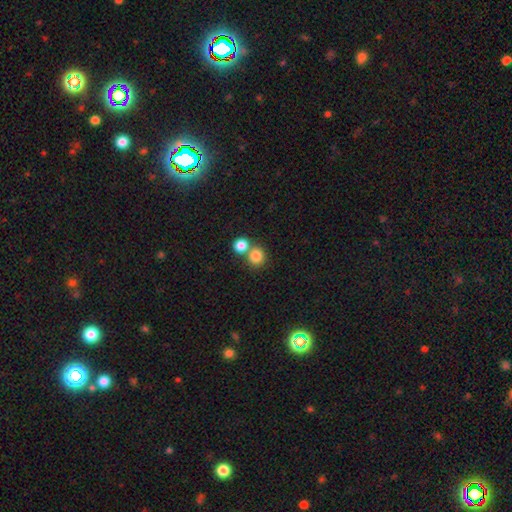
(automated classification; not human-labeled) smooth_or_featured: smooth (p=0.82) [alt: star or artifact p=0.11]
how_rounded: round (p=0.88) [alt: in between p=0.11]
merging: none (p=0.54) [alt: merger p=0.38]